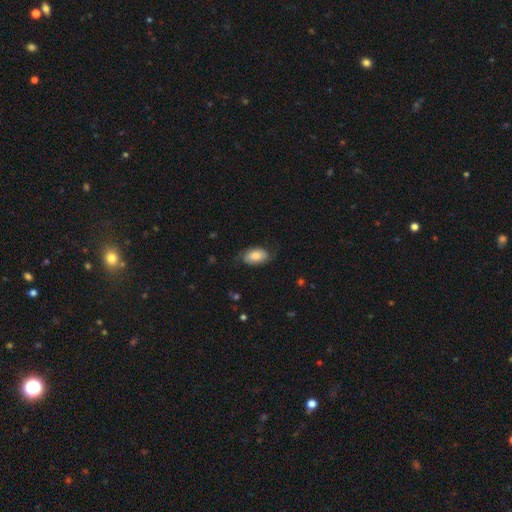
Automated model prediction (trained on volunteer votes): Q: Smooth or featured?
A: smooth (74%); runner-up: featured or disk (20%)
Q: How rounded?
A: in between (93%); runner-up: round (5%)
Q: Merging?
A: none (67%); runner-up: minor disturbance (24%)